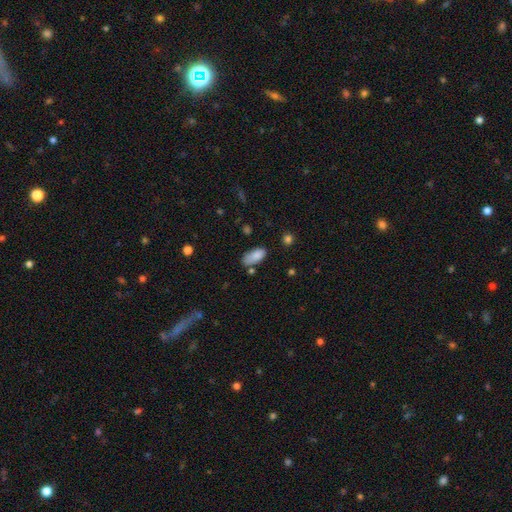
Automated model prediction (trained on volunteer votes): smooth 84%, star or artifact 8%, featured or disk 8%. Down the decision tree: how rounded — in between (89%); merging — none (60%).